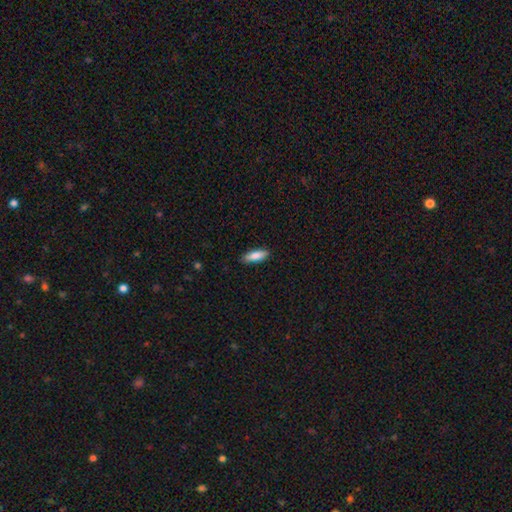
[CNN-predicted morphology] Q: Smooth or featured?
A: smooth (84%); runner-up: featured or disk (10%)
Q: How rounded?
A: in between (58%); runner-up: cigar-shaped (41%)
Q: Merging?
A: none (88%); runner-up: minor disturbance (9%)